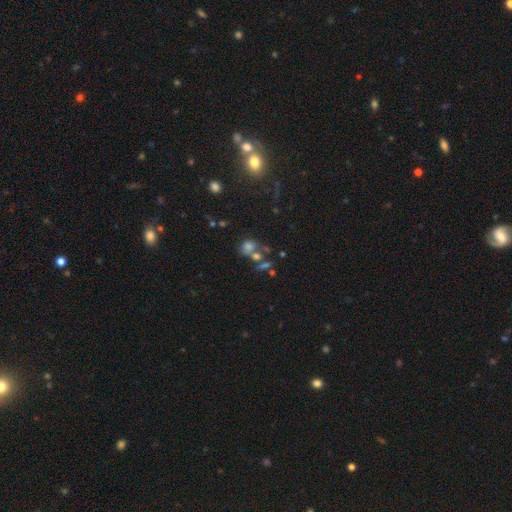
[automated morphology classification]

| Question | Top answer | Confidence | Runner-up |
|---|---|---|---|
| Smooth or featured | smooth | 47% | star or artifact (33%) |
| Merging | none | 42% | merger (37%) |